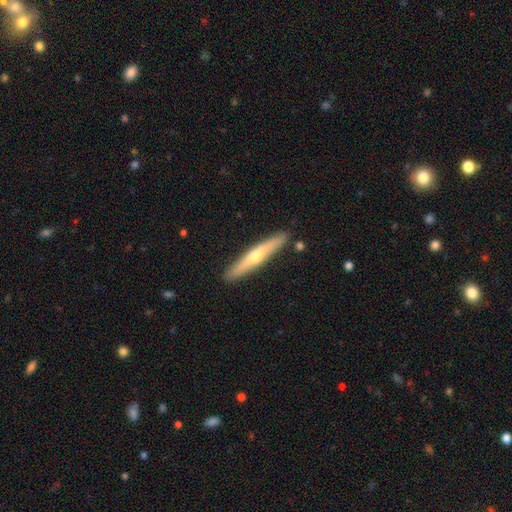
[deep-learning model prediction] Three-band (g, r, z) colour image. It shows a featured or disk galaxy (52%) viewed edge-on (94%). Merging: none (89%).